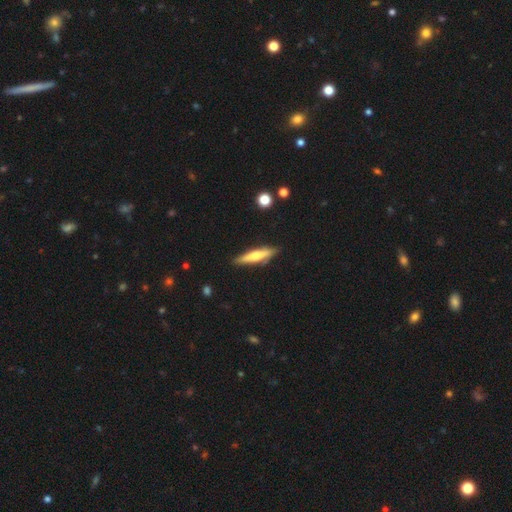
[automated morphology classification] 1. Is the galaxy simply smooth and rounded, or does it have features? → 53% smooth, 41% featured or disk, 6% star or artifact.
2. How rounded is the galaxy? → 84% cigar-shaped, 14% in between, 2% round.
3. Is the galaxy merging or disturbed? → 84% none, 11% minor disturbance, 2% major disturbance, 2% merger.